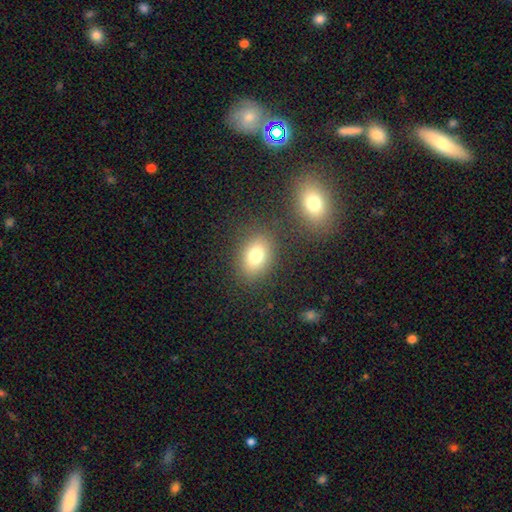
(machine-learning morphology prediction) smooth-or-featured: smooth: 76% | star or artifact: 13% | featured or disk: 11%
  how-rounded: in between: 67% | round: 32% | cigar-shaped: 1%
  merging: none: 81% | minor disturbance: 10% | merger: 5% | major disturbance: 4%